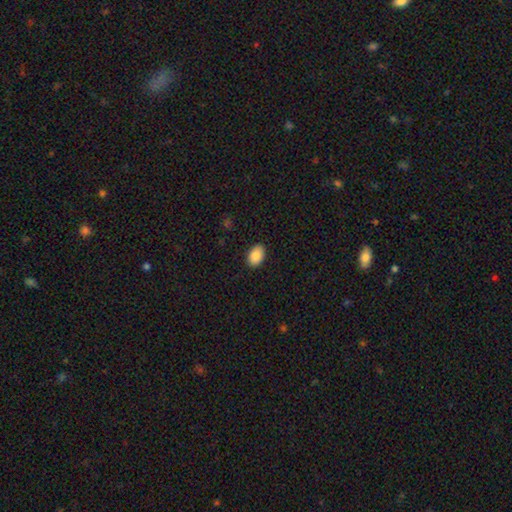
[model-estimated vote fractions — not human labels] The model was most divided on "how rounded": in between: 88%, round: 11%, cigar-shaped: 1%. More confident: smooth or featured — smooth (89%); merging — none (89%).